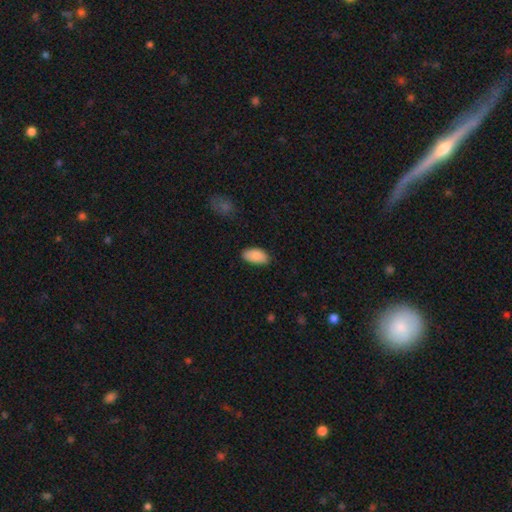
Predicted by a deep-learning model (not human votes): This is clearly a smooth galaxy (88%). How rounded: clearly in between (95%). Merging: clearly none (81%).